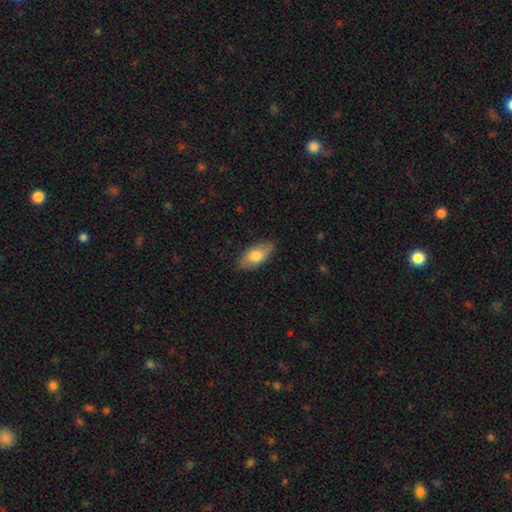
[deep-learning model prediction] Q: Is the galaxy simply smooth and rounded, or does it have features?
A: smooth — 76%.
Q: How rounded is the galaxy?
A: in between — 92%.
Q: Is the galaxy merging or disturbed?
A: none — 83%.